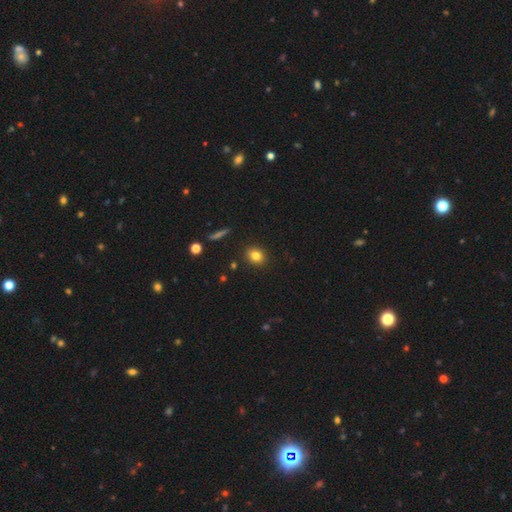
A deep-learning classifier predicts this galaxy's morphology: smooth 82%, star or artifact 11%, featured or disk 8%. Down the decision tree: how rounded — round (59%); merging — none (89%).